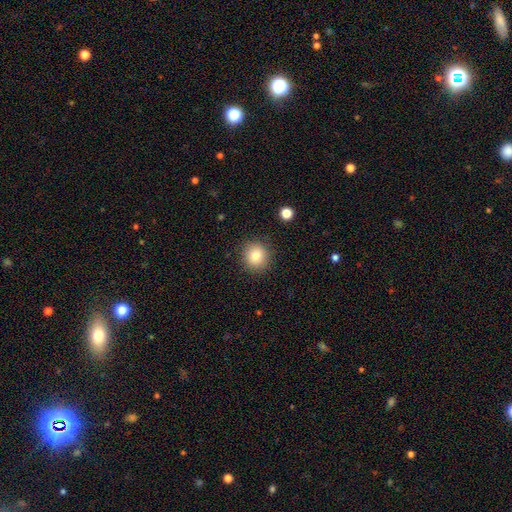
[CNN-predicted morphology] smooth-or-featured: smooth: 81% | star or artifact: 11% | featured or disk: 9%
  how-rounded: round: 90% | in between: 9% | cigar-shaped: 1%
  merging: none: 89% | minor disturbance: 7% | major disturbance: 2% | merger: 1%